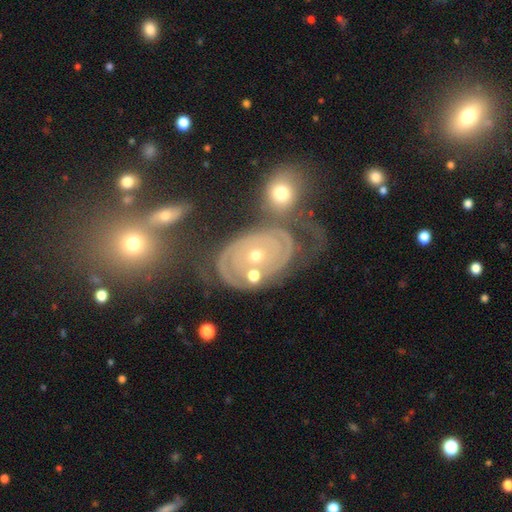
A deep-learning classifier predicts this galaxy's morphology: Smooth or featured? Predicted: featured or disk (p=0.85). Edge-on disk? Predicted: no (p=0.97). Bar? Predicted: no (p=0.83). Spiral arms? Predicted: yes (p=0.91). Spiral winding? Predicted: tight (p=0.77). Spiral arm count? Predicted: 2 (p=0.43). Bulge size? Predicted: small (p=0.58). Merging? Predicted: none (p=0.45).